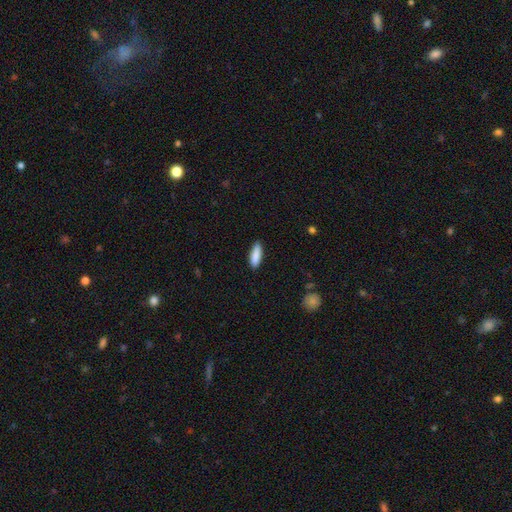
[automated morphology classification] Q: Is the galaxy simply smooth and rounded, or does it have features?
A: smooth — 88%.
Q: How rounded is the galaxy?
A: cigar-shaped — 52%.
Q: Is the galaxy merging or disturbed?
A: none — 86%.